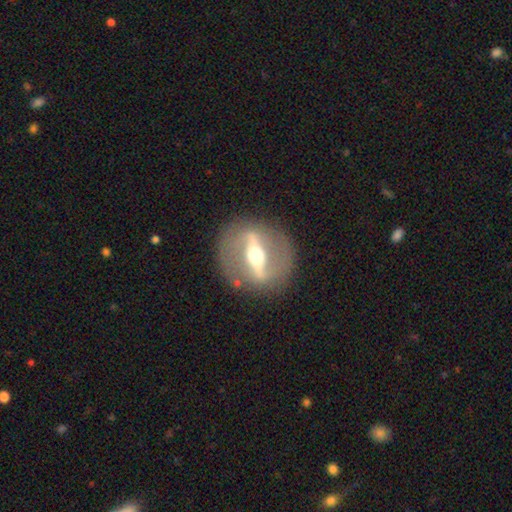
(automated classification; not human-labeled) Smooth or featured?
  - featured or disk: 82% *
  - smooth: 13%
  - star or artifact: 5%
Edge-on disk?
  - no: 68% *
  - yes: 32%
Bar?
  - strong: 83% *
  - weak: 11%
  - no: 5%
Spiral arms?
  - no: 66% *
  - yes: 34%
Bulge size?
  - moderate: 71% *
  - large: 14%
  - small: 12%
  - dominant: 2%
  - none: 1%
Merging?
  - none: 85% *
  - minor disturbance: 9%
  - major disturbance: 5%
  - merger: 1%